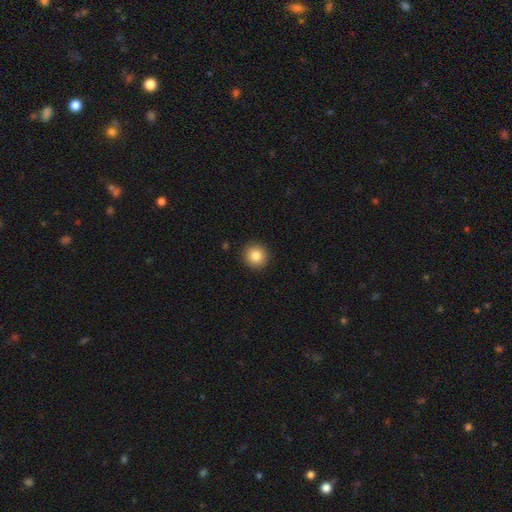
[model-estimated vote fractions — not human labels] The model was most divided on "smooth or featured": smooth: 85%, star or artifact: 9%, featured or disk: 6%. More confident: how rounded — round (92%); merging — none (92%).